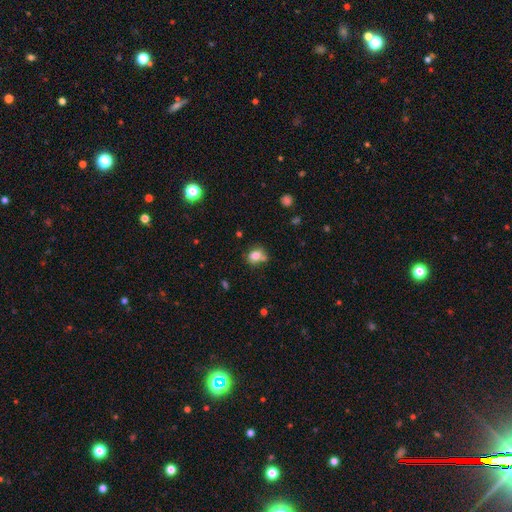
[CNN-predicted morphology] Smooth or featured? Predicted: smooth (p=0.79). How rounded? Predicted: round (p=0.54). Merging? Predicted: none (p=0.57).